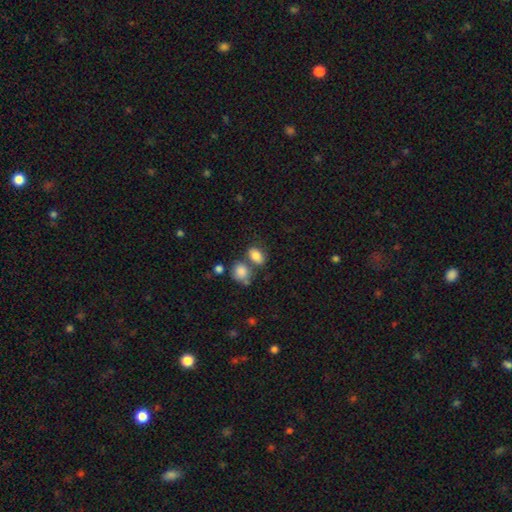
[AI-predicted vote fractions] Smooth or featured? Predicted: smooth (p=0.83). How rounded? Predicted: in between (p=0.82). Merging? Predicted: none (p=0.55).